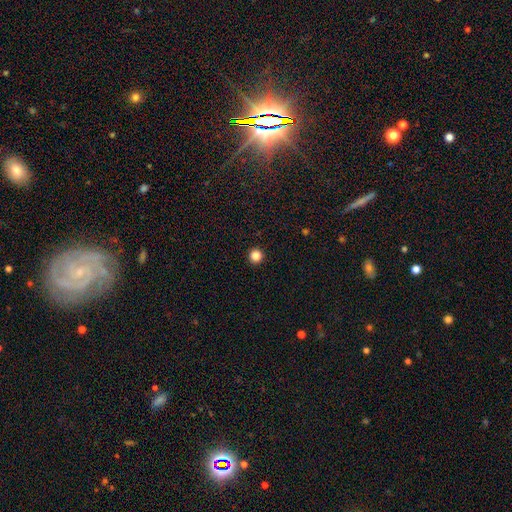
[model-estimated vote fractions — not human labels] Smooth or featured? smooth (85%)
How rounded? round (96%)
Merging? none (94%)